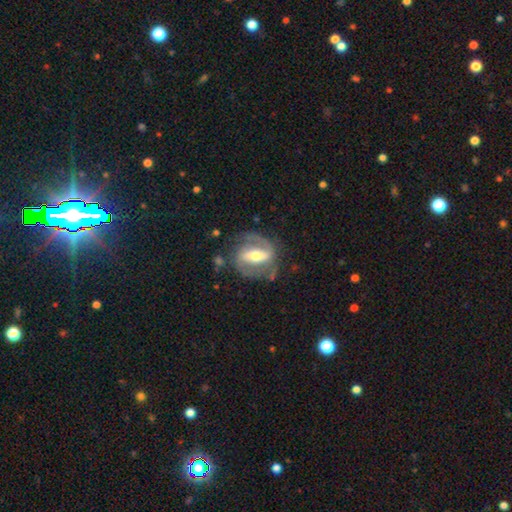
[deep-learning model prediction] Morphology: type=featured or disk (83%); edge-on=no (95%); bar=strong (60%); spiral arms=yes (89%); winding=medium (50%); arm count=2 (86%); bulge=moderate (64%); merging=none (73%).